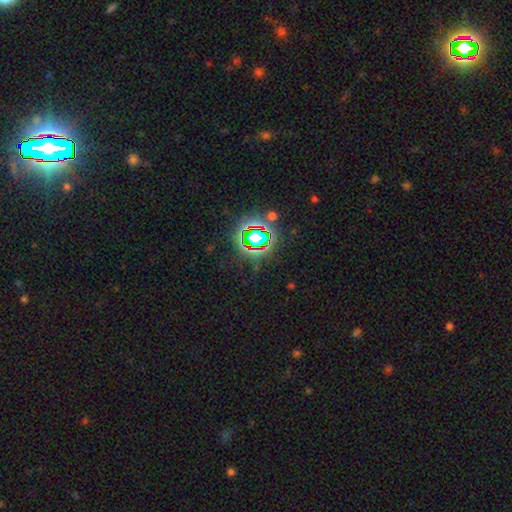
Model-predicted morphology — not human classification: This appears to be a star or artifact, not a galaxy (79%).